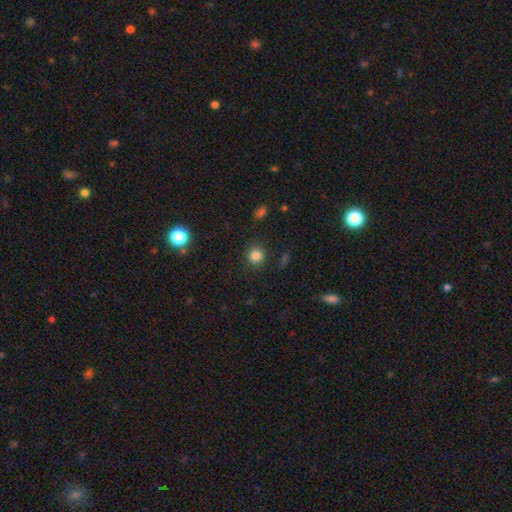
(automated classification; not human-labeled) This appears to be a smooth galaxy with no disk features (82%) that is round (91%). Merging: none (89%).